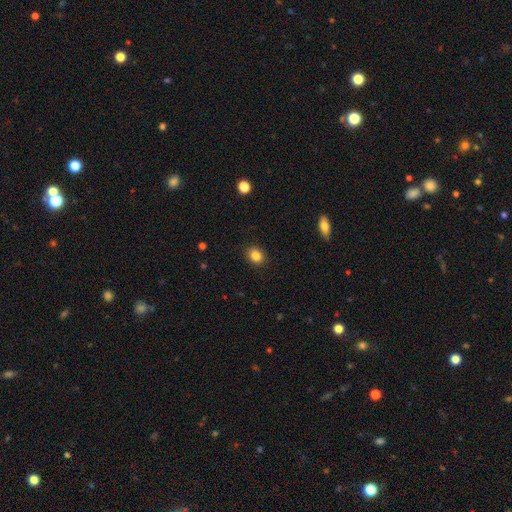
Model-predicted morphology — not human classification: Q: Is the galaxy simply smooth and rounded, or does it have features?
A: smooth — 85%.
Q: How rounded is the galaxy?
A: round — 56%.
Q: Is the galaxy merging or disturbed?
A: none — 90%.